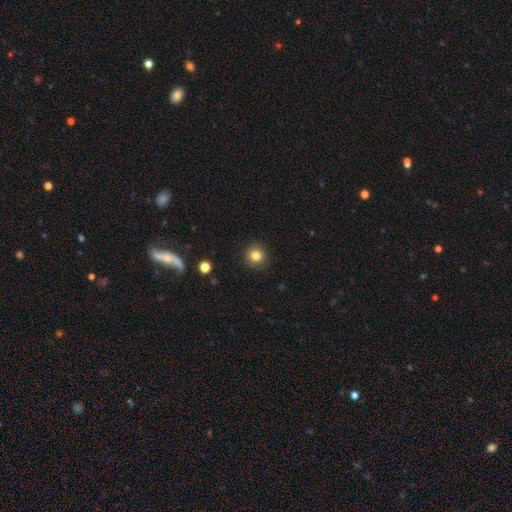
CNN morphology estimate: This appears to be a smooth galaxy with no disk features (82%) that is round (94%). Merging: none (91%).